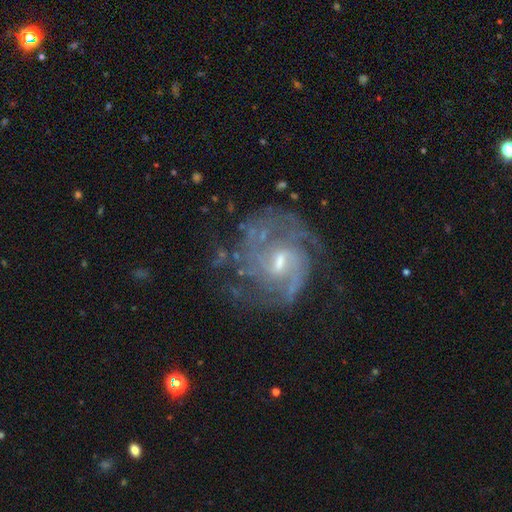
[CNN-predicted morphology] featured or disk 86%, star or artifact 8%, smooth 6%. Down the decision tree: edge-on disk — no (98%); bar — weak (57%); spiral arms — yes (95%); spiral arm count — 2 (36%); spiral winding — tight (44%); bulge size — small (49%); merging — none (63%).